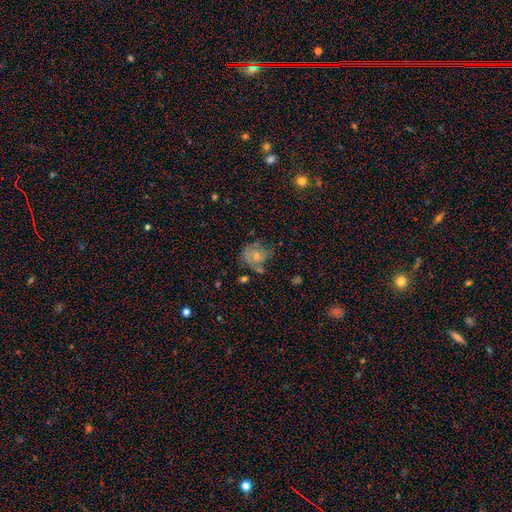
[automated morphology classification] This is possibly a smooth galaxy (48%). Merging: marginally none (41%).